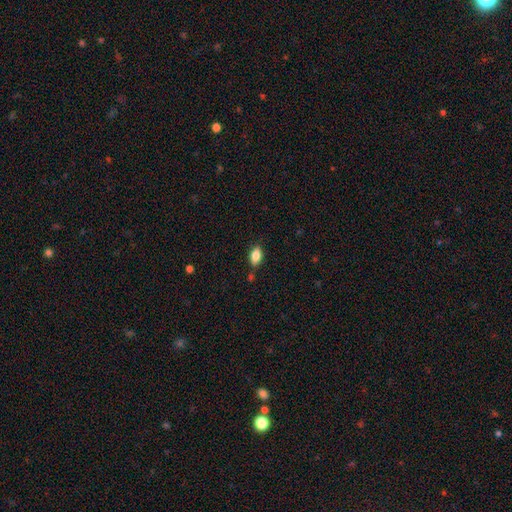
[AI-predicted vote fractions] Q: Smooth or featured?
A: smooth (82%); runner-up: featured or disk (10%)
Q: How rounded?
A: in between (89%); runner-up: cigar-shaped (6%)
Q: Merging?
A: none (82%); runner-up: minor disturbance (13%)